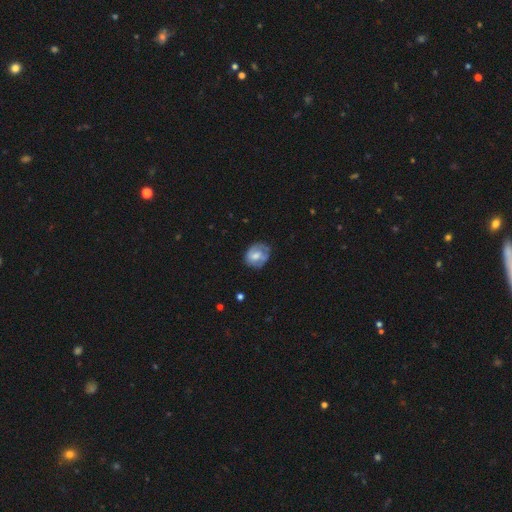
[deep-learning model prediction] Smooth or featured?
  - smooth: 49% *
  - featured or disk: 44%
  - star or artifact: 7%
Merging?
  - none: 59% *
  - minor disturbance: 28%
  - major disturbance: 11%
  - merger: 2%